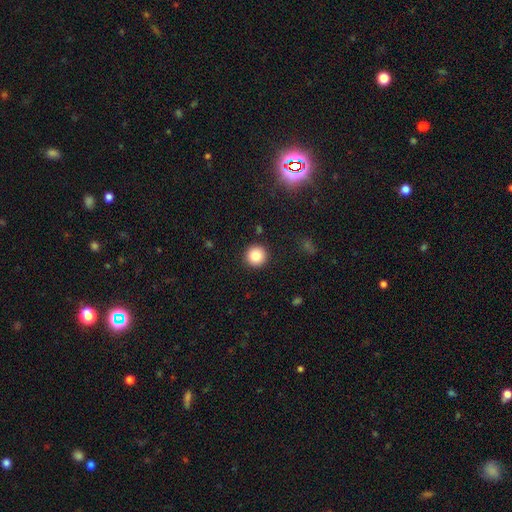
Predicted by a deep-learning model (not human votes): This appears to be a smooth galaxy with no disk features (85%) that is round (96%). Merging: none (92%).